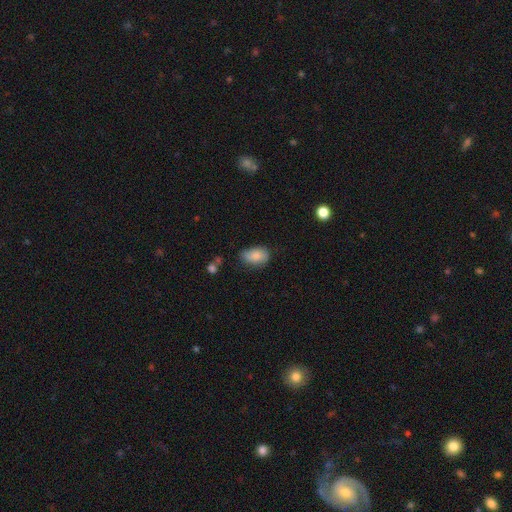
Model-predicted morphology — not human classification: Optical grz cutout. It shows a smooth galaxy with no disk features (82%) that is in between round and cigar-shaped (89%). Merging: none (62%).